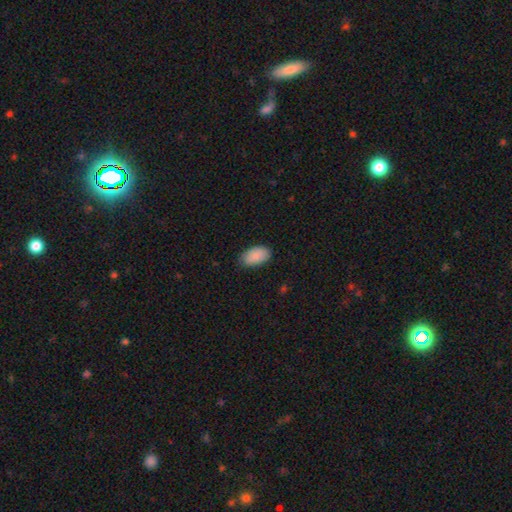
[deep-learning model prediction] Morphology: type=smooth (89%); roundness=in between (94%); merging=none (78%).